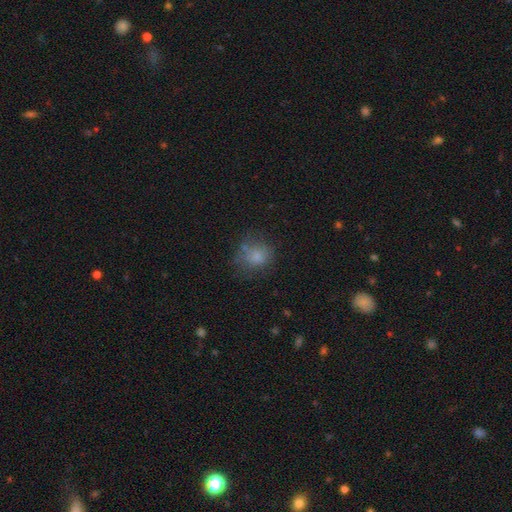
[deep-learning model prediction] Q: Smooth or featured?
A: smooth (71%); runner-up: featured or disk (15%)
Q: How rounded?
A: round (69%); runner-up: in between (30%)
Q: Merging?
A: none (57%); runner-up: minor disturbance (23%)